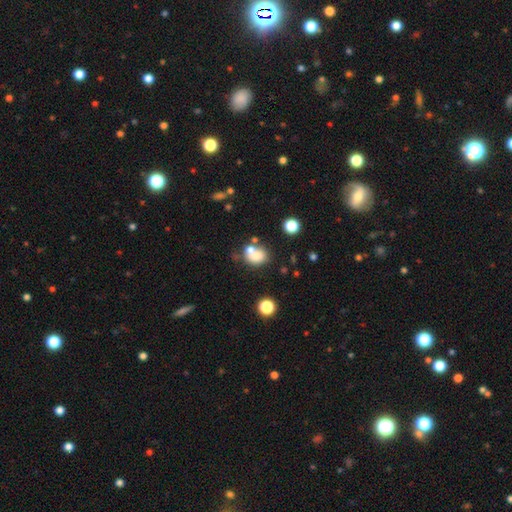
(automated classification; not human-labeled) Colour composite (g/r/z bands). It shows a smooth galaxy with no disk features (72%) that is round (51%). Merging: none (41%).